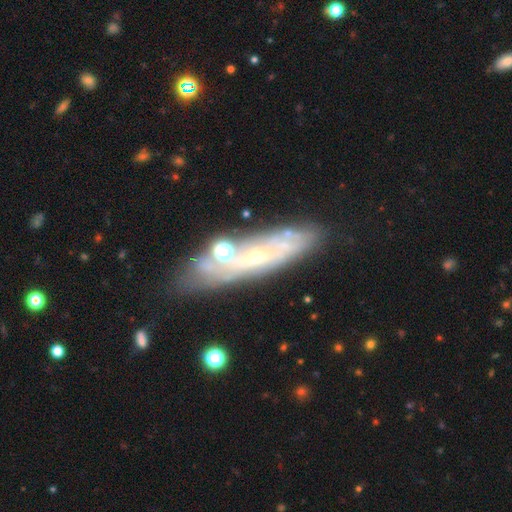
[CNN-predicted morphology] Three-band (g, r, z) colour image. It shows a featured or disk galaxy (69%). Merging: none (68%).